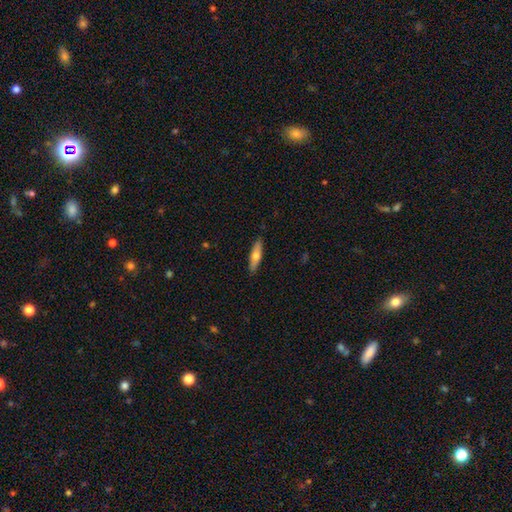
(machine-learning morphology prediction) Smooth or featured? Predicted: smooth (p=0.60). How rounded? Predicted: cigar-shaped (p=0.70). Merging? Predicted: none (p=0.89).